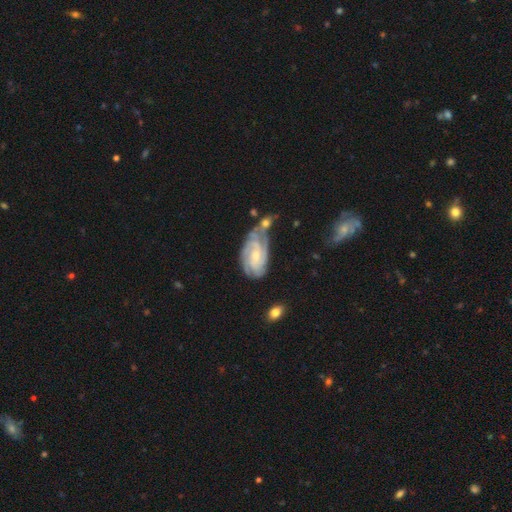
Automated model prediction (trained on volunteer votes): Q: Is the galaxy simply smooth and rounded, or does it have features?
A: featured or disk — 83%.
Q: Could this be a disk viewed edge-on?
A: no — 96%.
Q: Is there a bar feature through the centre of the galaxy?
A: no — 54%.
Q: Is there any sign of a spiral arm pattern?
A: yes — 96%.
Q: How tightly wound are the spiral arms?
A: tight — 65%.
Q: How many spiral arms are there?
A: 3 — 29%.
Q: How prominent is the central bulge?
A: small — 58%.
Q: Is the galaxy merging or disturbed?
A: none — 44%.